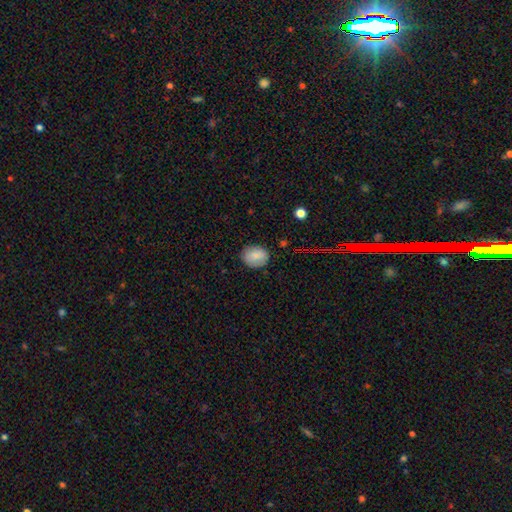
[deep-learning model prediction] The model was most divided on "how rounded": in between: 51%, round: 48%, cigar-shaped: 1%. More confident: smooth or featured — smooth (83%); merging — none (81%).